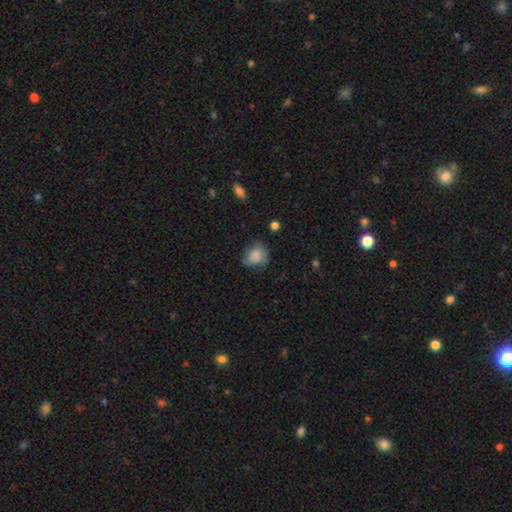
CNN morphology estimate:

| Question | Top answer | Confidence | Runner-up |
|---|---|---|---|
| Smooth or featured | smooth | 82% | featured or disk (10%) |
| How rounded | round | 55% | in between (44%) |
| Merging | none | 58% | minor disturbance (31%) |